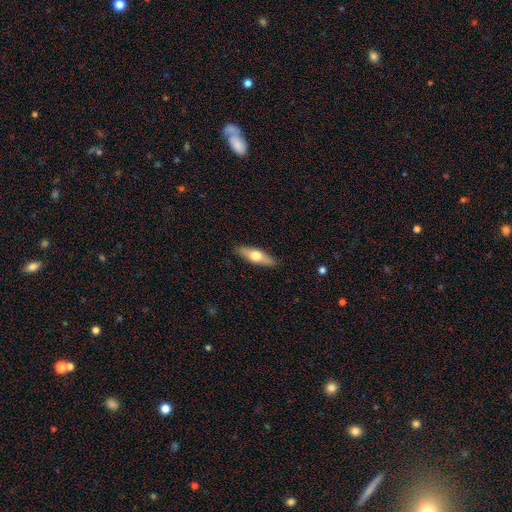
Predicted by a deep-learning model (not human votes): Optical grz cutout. It shows a smooth galaxy with no disk features (52%) that is cigar-shaped (53%). Merging: none (88%).